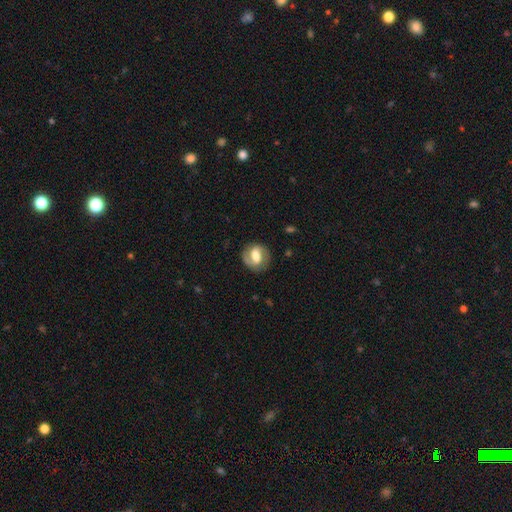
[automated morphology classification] This appears to be a featured or disk galaxy (63%) with a weak bar (44%), spiral arms (81%) and a moderate central bulge (49%). Merging: none (79%).